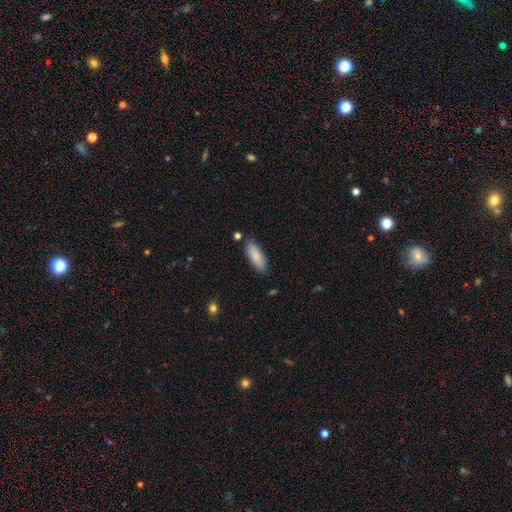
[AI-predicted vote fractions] This appears to be a smooth galaxy with no disk features (86%) that is in between round and cigar-shaped (66%). Merging: none (82%).